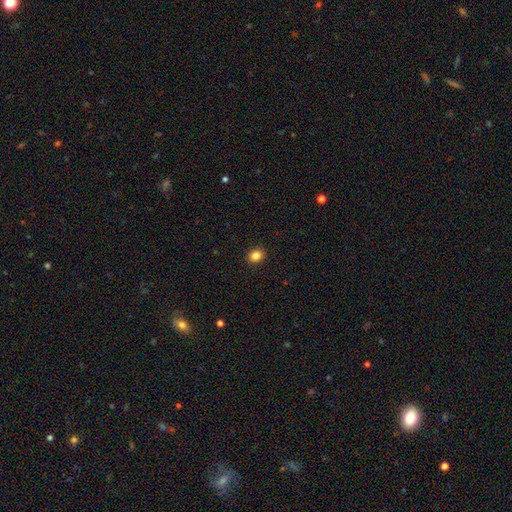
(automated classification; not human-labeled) Smooth or featured: smooth — 85% (star or artifact — 11%)
How rounded: round — 60% (in between — 39%)
Merging: none — 91% (minor disturbance — 6%)